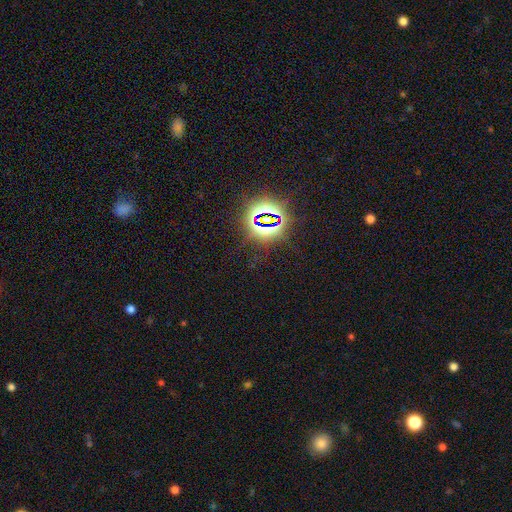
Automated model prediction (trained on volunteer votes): Q: Smooth or featured?
A: star or artifact (80%); runner-up: smooth (12%)